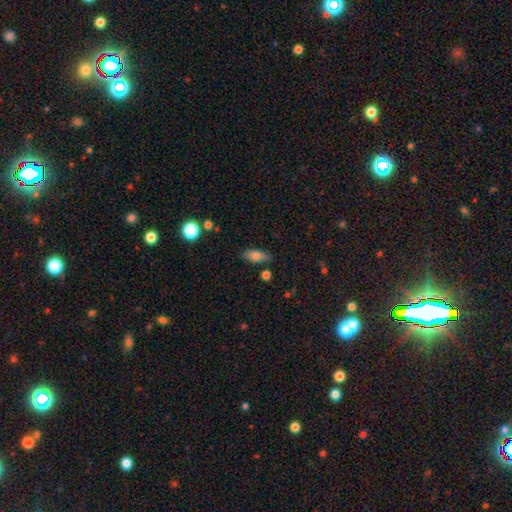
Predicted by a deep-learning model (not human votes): smooth-or-featured: smooth: 79% | featured or disk: 13% | star or artifact: 9%
  how-rounded: in between: 80% | cigar-shaped: 16% | round: 4%
  merging: none: 79% | minor disturbance: 15% | major disturbance: 3% | merger: 3%